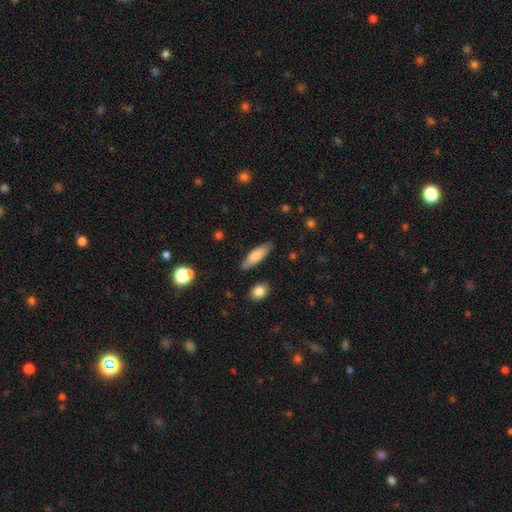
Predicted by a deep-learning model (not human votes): Smooth or featured? Predicted: smooth (p=0.77). How rounded? Predicted: cigar-shaped (p=0.51). Merging? Predicted: none (p=0.83).